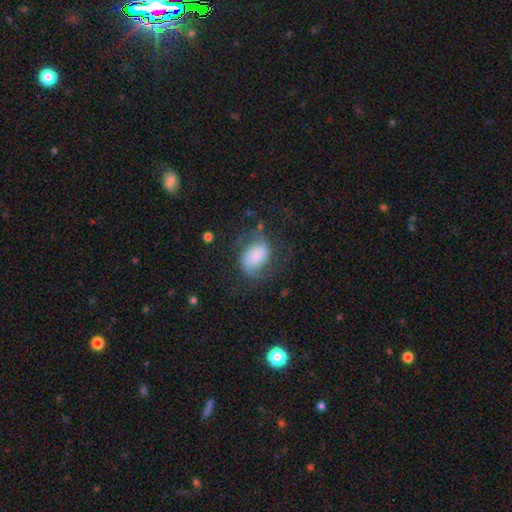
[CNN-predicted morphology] This is possibly a smooth galaxy (52%). How rounded: clearly in between (81%). Merging: possibly none (51%).